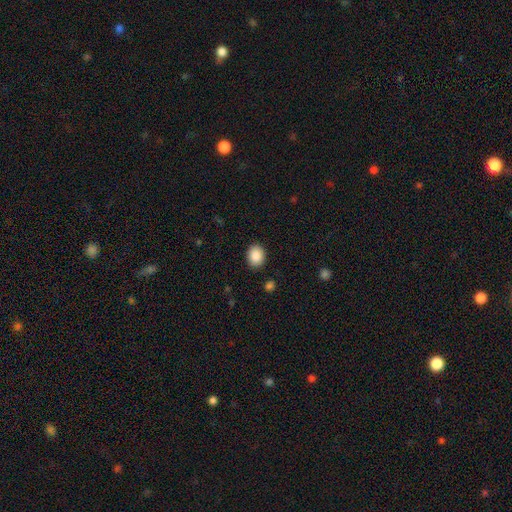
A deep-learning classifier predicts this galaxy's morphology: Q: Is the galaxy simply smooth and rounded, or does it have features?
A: smooth — 89%.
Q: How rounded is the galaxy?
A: round — 52%.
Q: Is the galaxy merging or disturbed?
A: none — 89%.